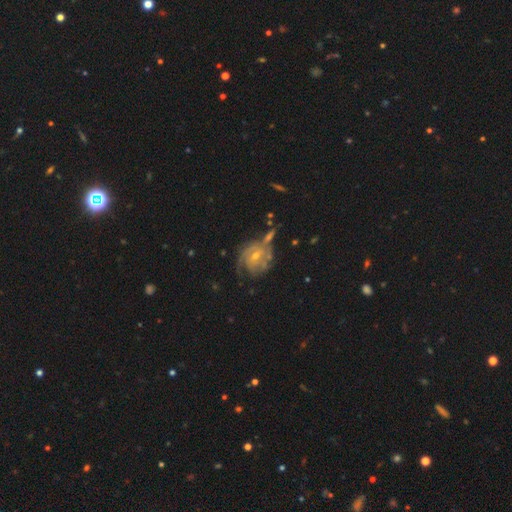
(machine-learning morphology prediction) type=featured or disk (80%); edge-on=no (97%); bar=no (62%); spiral arms=yes (91%); winding=tight (63%); arm count=can't tell (35%); bulge=small (55%); merging=none (55%).